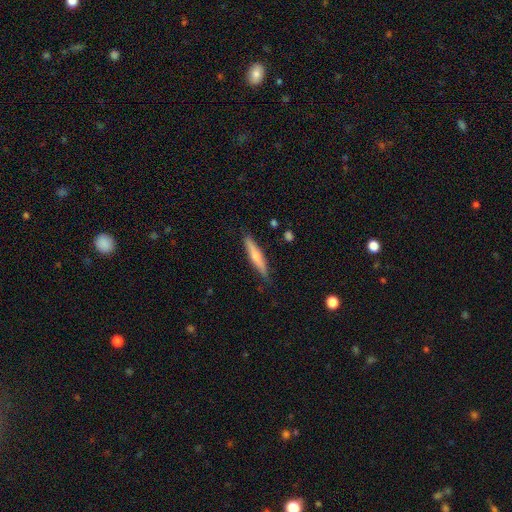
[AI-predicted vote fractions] smooth_or_featured: smooth (p=0.57) [alt: featured or disk p=0.37]
how_rounded: cigar-shaped (p=0.90) [alt: in between p=0.09]
merging: none (p=0.85) [alt: minor disturbance p=0.11]